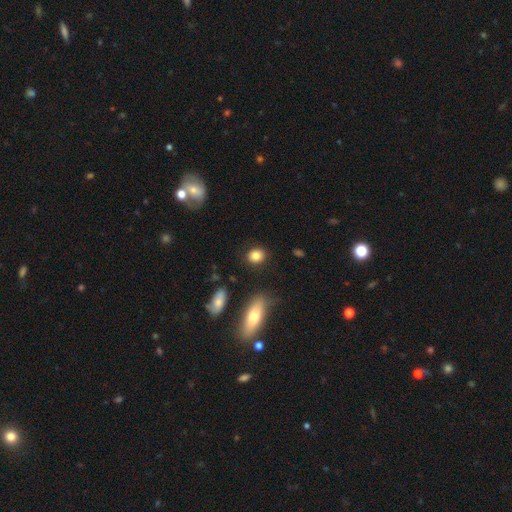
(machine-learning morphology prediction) A smooth galaxy with no disk features (85%) that is round (63%). Merging: none (87%).